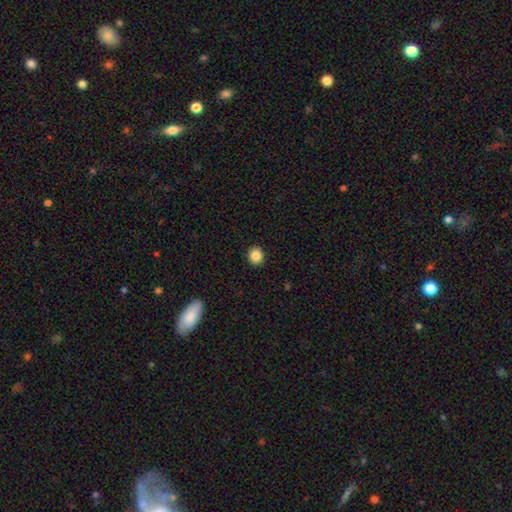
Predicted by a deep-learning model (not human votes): smooth-or-featured: smooth: 86% | star or artifact: 10% | featured or disk: 5%
  how-rounded: round: 85% | in between: 14% | cigar-shaped: 1%
  merging: none: 92% | minor disturbance: 5% | major disturbance: 2% | merger: 1%